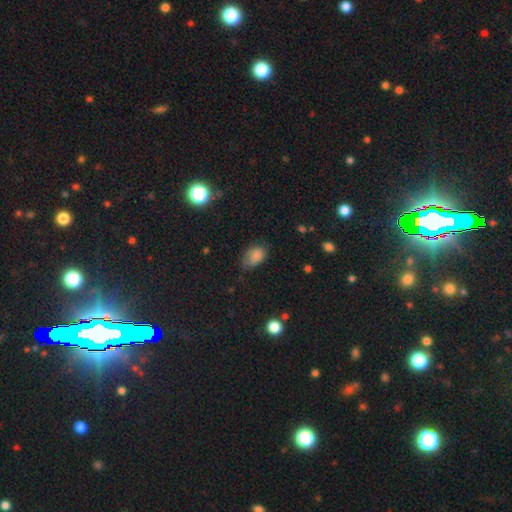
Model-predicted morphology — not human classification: Smooth or featured?
  - smooth: 81% *
  - star or artifact: 11%
  - featured or disk: 8%
How rounded?
  - in between: 83% *
  - round: 15%
  - cigar-shaped: 1%
Merging?
  - none: 50% *
  - minor disturbance: 36%
  - major disturbance: 12%
  - merger: 2%